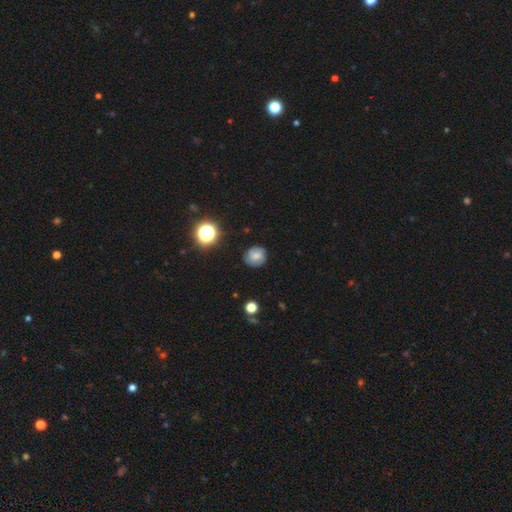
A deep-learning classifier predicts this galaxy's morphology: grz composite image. It shows a smooth galaxy with no disk features (62%) that is round (85%). Merging: none (80%).